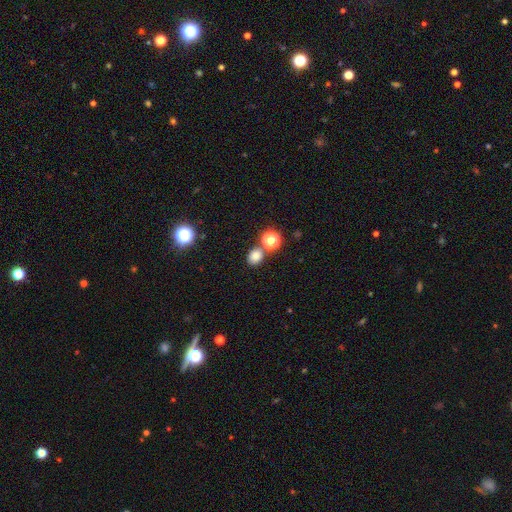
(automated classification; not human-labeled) Overall: smooth (77%). How rounded: round (59%; in between 40%). Merging: none (72%).